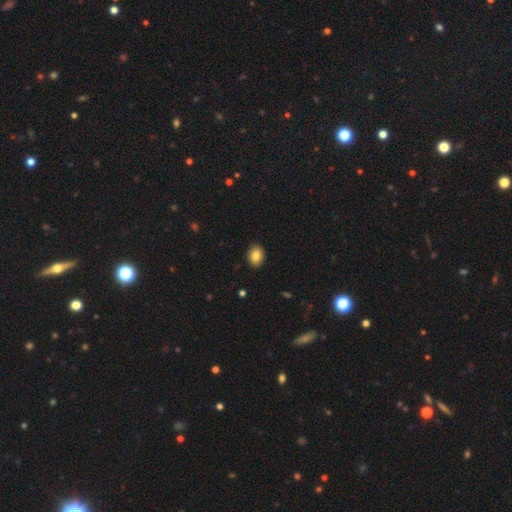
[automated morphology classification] Q: Smooth or featured?
A: smooth (83%); runner-up: featured or disk (9%)
Q: How rounded?
A: in between (63%); runner-up: round (36%)
Q: Merging?
A: none (91%); runner-up: minor disturbance (7%)